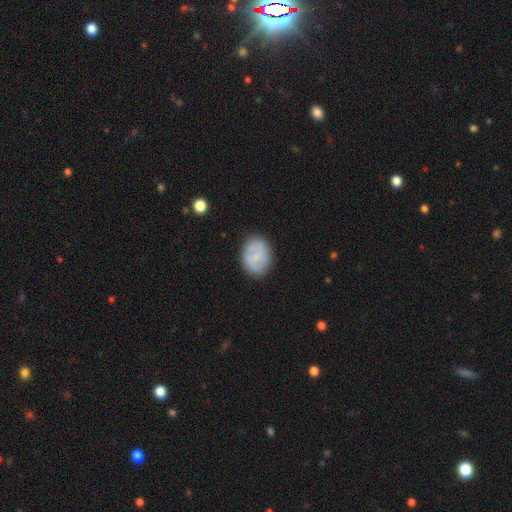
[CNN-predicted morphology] Smooth or featured? smooth (59%)
How rounded? in between (62%)
Merging? none (83%)